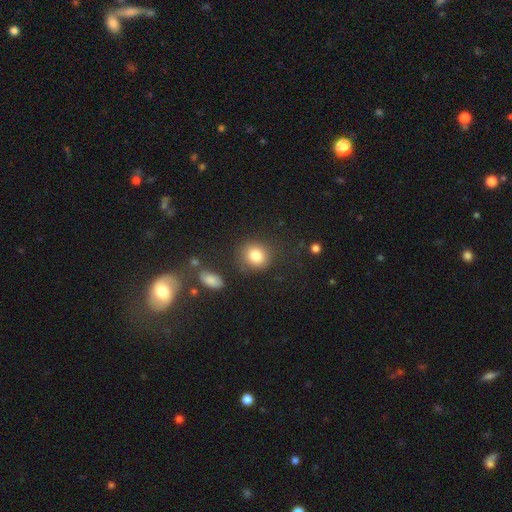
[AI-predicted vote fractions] smooth 83%, star or artifact 10%, featured or disk 7%. Down the decision tree: how rounded — round (79%); merging — none (79%).